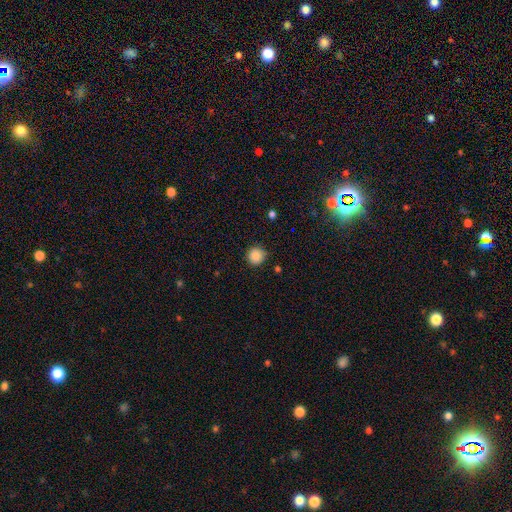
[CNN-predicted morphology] The model was most divided on "smooth or featured": smooth: 87%, star or artifact: 10%, featured or disk: 3%. More confident: how rounded — round (94%); merging — none (89%).